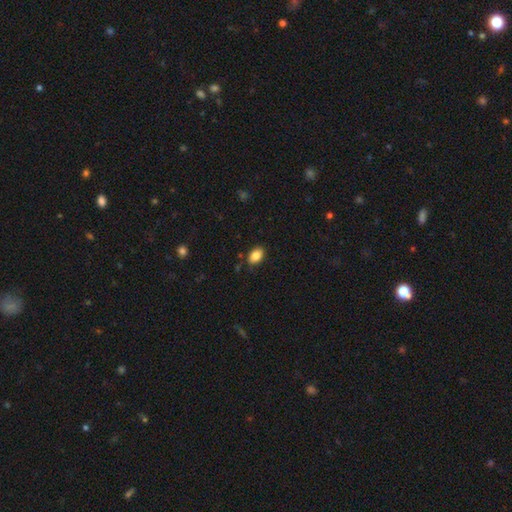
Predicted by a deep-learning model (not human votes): smooth-or-featured: smooth: 85% | star or artifact: 8% | featured or disk: 7%
  how-rounded: in between: 89% | round: 10% | cigar-shaped: 1%
  merging: none: 86% | minor disturbance: 11% | major disturbance: 2% | merger: 2%